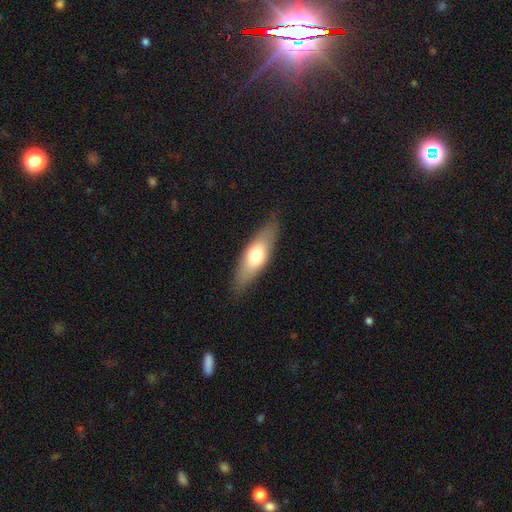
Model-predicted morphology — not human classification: The model was most divided on "how rounded": in between: 59%, cigar-shaped: 38%, round: 3%. More confident: merging — none (84%); smooth or featured — smooth (63%).